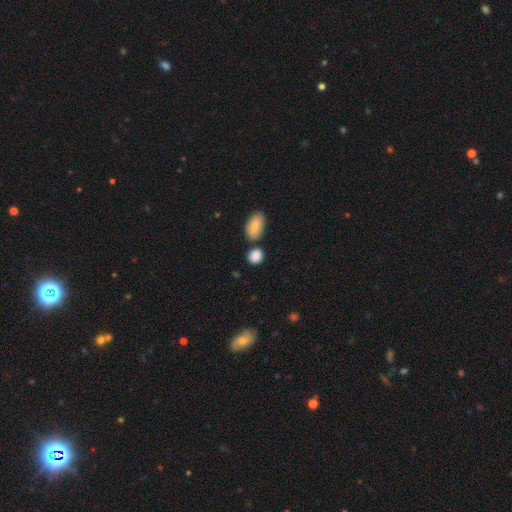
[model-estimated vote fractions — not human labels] Morphology: type=smooth (88%); roundness=round (60%); merging=none (70%).